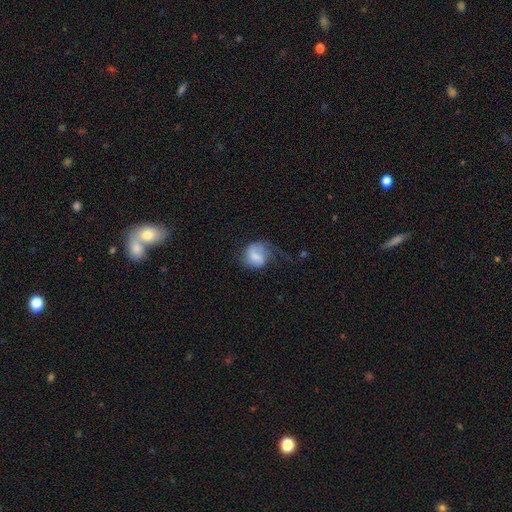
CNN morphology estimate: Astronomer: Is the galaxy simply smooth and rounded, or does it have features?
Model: smooth — 54% (runner-up: featured or disk, 39%).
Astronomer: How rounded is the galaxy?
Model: round — 57% (runner-up: in between, 42%).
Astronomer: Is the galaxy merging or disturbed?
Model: major disturbance — 46% (runner-up: none, 28%).